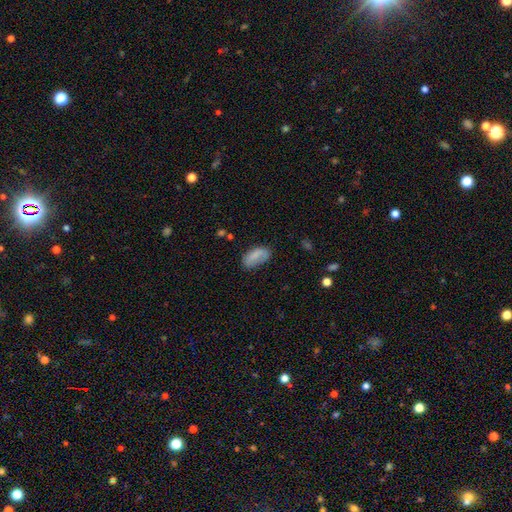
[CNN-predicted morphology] smooth-or-featured: smooth: 80% | featured or disk: 12% | star or artifact: 8%
  how-rounded: in between: 91% | cigar-shaped: 6% | round: 3%
  merging: none: 65% | minor disturbance: 24% | major disturbance: 8% | merger: 2%